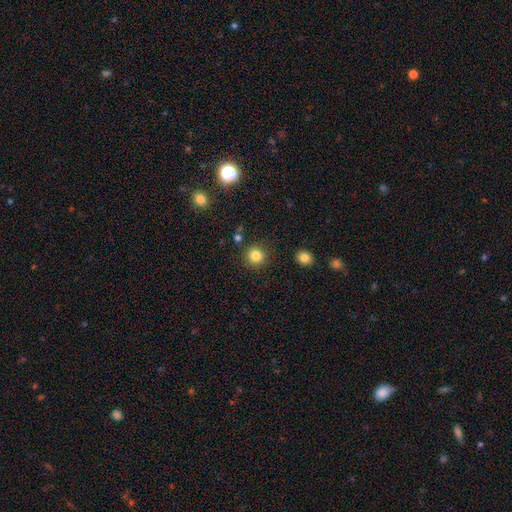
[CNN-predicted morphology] smooth 83%, star or artifact 12%, featured or disk 5%. Down the decision tree: how rounded — round (93%); merging — none (88%).